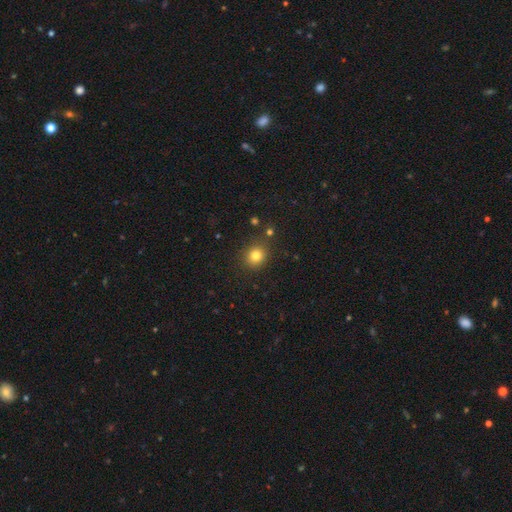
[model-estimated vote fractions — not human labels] Smooth or featured? smooth (80%)
How rounded? round (80%)
Merging? none (85%)